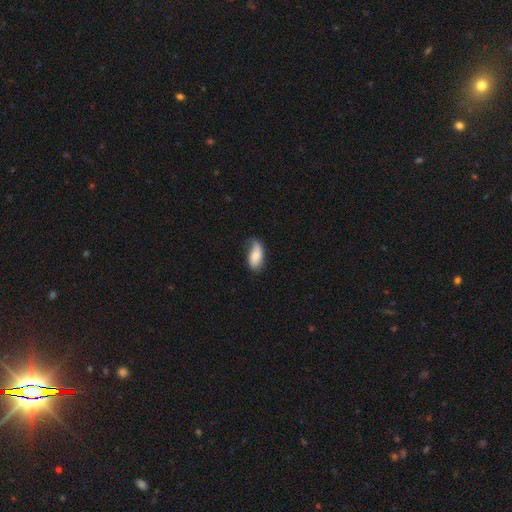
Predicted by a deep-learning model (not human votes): Overall: smooth (73%). How rounded: in between (91%). Merging: none (51%; minor disturbance 36%).